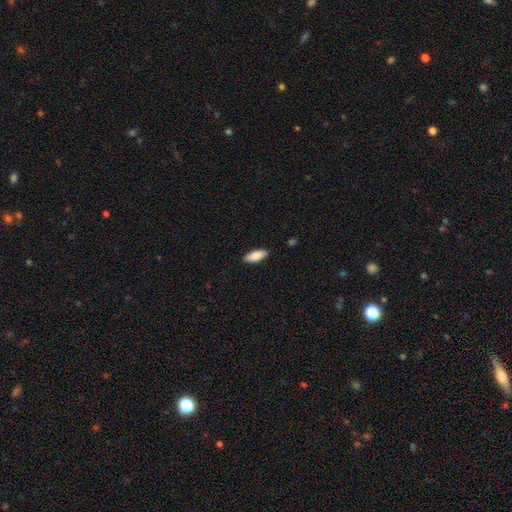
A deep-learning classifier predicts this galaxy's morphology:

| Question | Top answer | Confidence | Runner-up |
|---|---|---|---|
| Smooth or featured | smooth | 86% | featured or disk (8%) |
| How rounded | in between | 74% | cigar-shaped (25%) |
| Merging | none | 89% | minor disturbance (8%) |